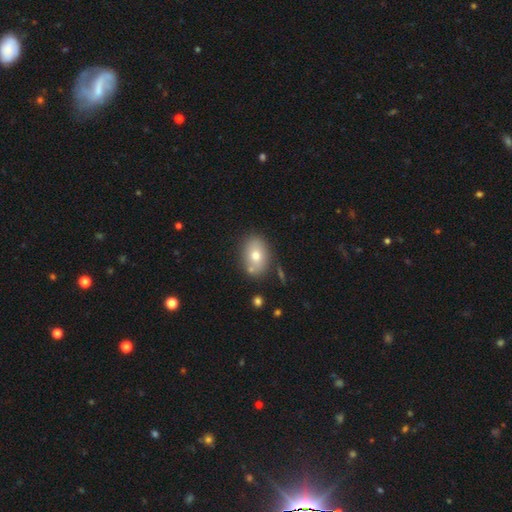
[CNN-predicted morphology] smooth 72%, featured or disk 19%, star or artifact 9%. Down the decision tree: how rounded — in between (76%); merging — none (76%).